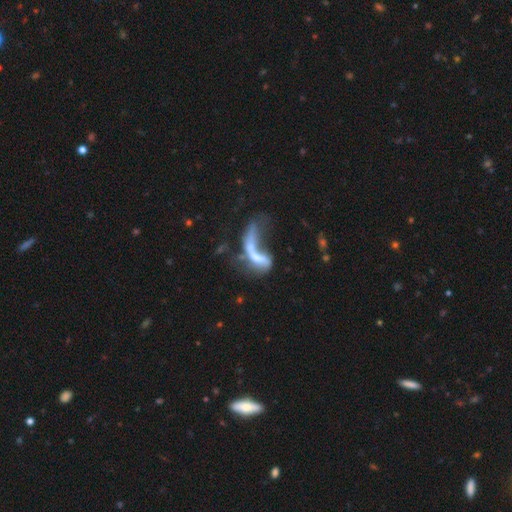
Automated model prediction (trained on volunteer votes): Overall: featured or disk (55%; smooth 34%). Edge-on disk: no (90%). Bar: no (63%). Spiral arms: no (67%; yes 33%). Bulge size: none (46%; small 25%). Merging: major disturbance (42%; merger 36%).